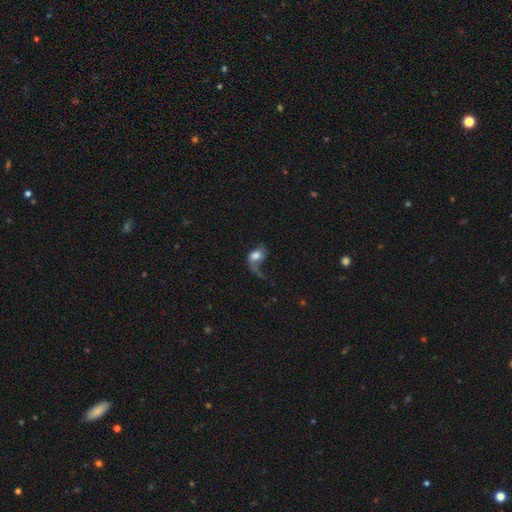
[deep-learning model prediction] Smooth or featured: smooth — 60% (featured or disk — 30%)
How rounded: in between — 75% (round — 23%)
Merging: major disturbance — 46% (none — 25%)